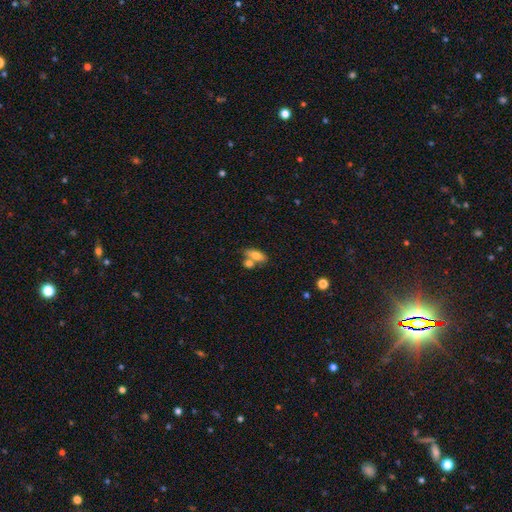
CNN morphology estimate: This appears to be a smooth galaxy with no disk features (72%) that is in between round and cigar-shaped (79%). Merging: none (45%).